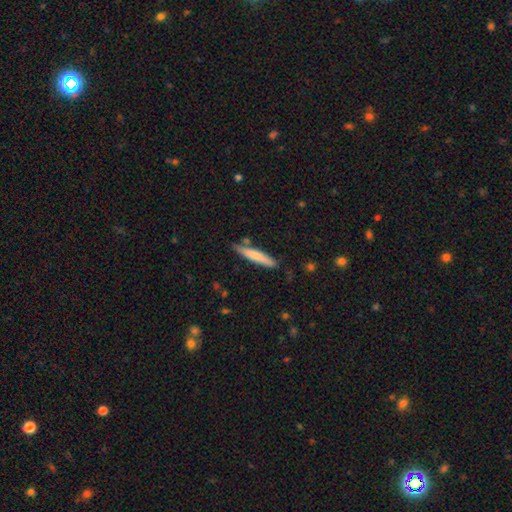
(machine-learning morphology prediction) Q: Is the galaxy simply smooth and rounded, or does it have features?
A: smooth — 69%.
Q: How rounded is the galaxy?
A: cigar-shaped — 91%.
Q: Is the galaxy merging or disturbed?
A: none — 77%.